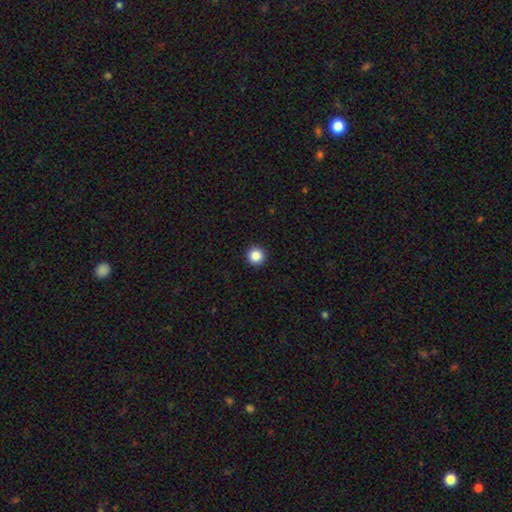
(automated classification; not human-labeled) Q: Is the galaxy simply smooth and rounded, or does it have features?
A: smooth — 87%.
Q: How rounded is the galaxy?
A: round — 96%.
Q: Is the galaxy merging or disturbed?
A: none — 94%.